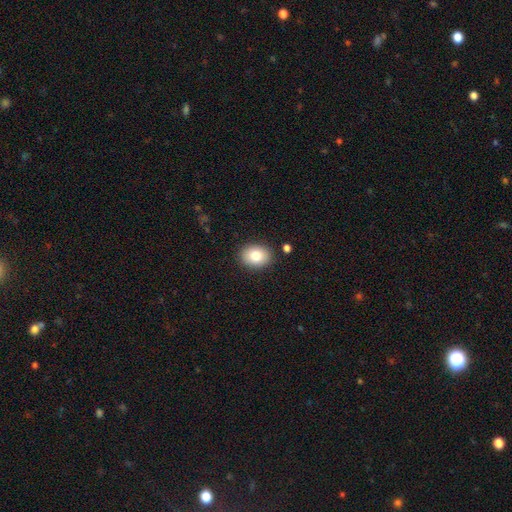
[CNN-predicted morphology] smooth-or-featured: smooth: 82% | featured or disk: 9% | star or artifact: 8%
  how-rounded: in between: 59% | round: 40% | cigar-shaped: 1%
  merging: none: 88% | minor disturbance: 8% | major disturbance: 2% | merger: 2%